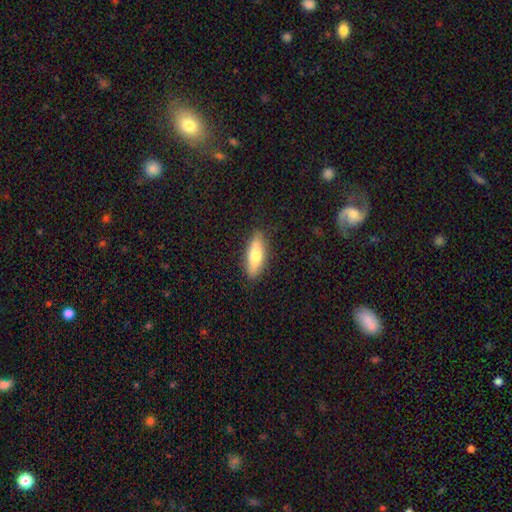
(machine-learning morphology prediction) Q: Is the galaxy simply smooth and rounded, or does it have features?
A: smooth — 68%.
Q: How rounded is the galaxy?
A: in between — 58%.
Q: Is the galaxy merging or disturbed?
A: none — 86%.